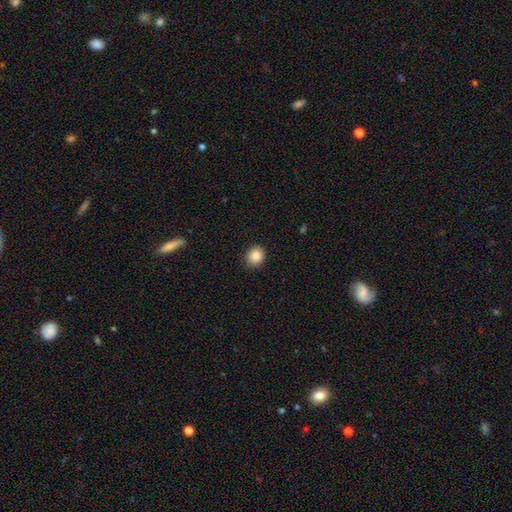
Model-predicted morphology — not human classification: Overall: smooth (86%). How rounded: round (82%). Merging: none (90%).